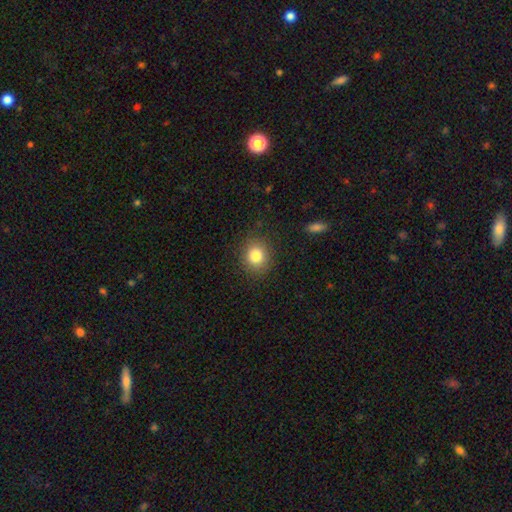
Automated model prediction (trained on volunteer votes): Overall: smooth (82%). How rounded: round (76%). Merging: none (88%).